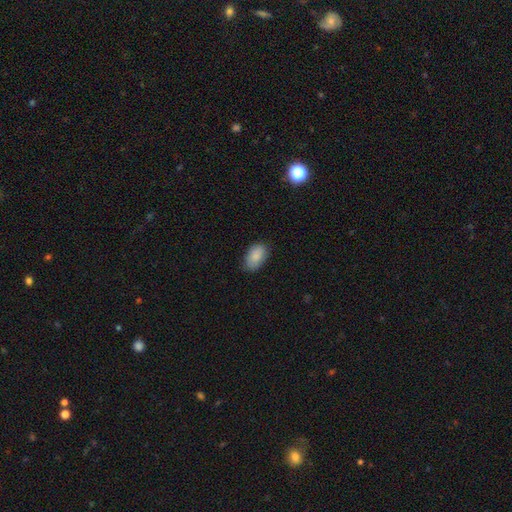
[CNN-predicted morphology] smooth_or_featured: smooth (p=0.88) [alt: star or artifact p=0.07]
how_rounded: in between (p=0.92) [alt: round p=0.06]
merging: none (p=0.79) [alt: minor disturbance p=0.17]